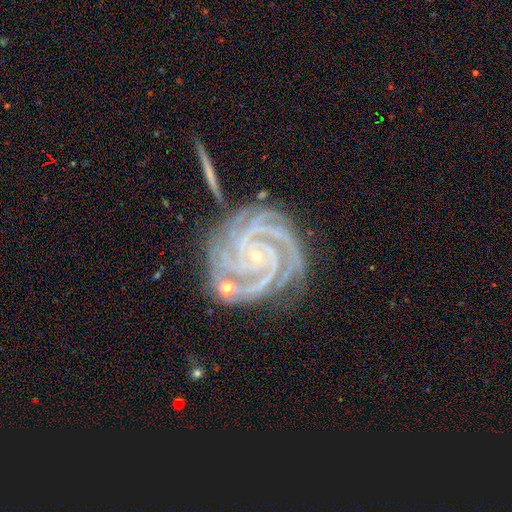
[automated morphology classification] This is clearly a featured or disk galaxy (93%). It is clearly not viewed edge-on (98%). Bar: likely no (67%). Spiral arm pattern: clearly yes (99%). Spiral arm count: marginally 4 (40%). Spiral winding: clearly tight (83%). Central bulge: clearly small (89%). Merging: likely none (70%).